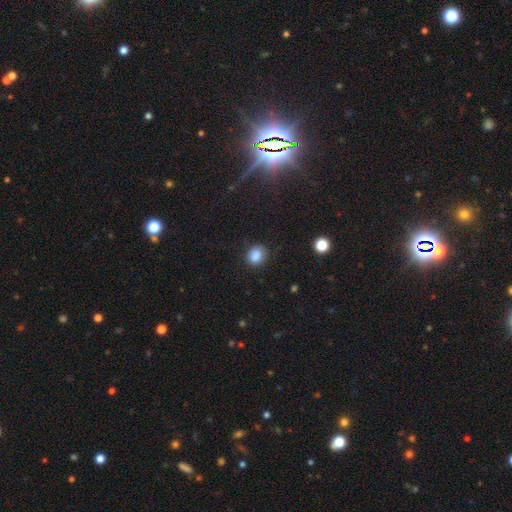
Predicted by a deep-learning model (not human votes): smooth 85%, star or artifact 10%, featured or disk 4%. Down the decision tree: how rounded — round (63%); merging — none (79%).